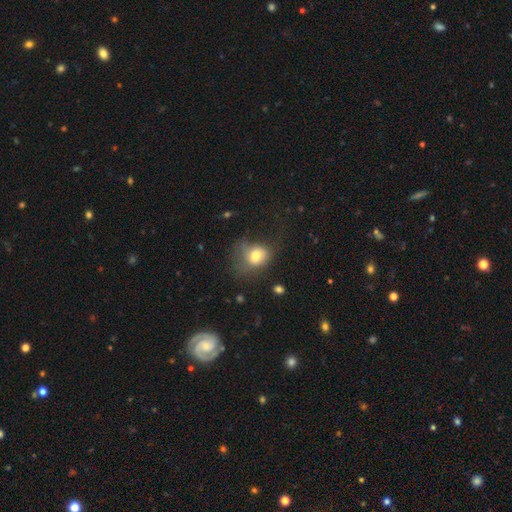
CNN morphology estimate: The model was most divided on "merging": none: 37%, major disturbance: 32%, minor disturbance: 28%, merger: 3%. More confident: smooth or featured — smooth (72%); how rounded — round (61%).